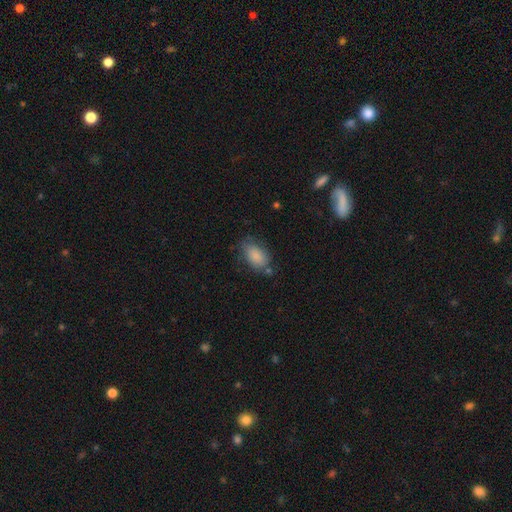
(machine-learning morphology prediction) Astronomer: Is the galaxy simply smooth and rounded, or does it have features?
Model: smooth — 86%.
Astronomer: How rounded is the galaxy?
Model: in between — 90%.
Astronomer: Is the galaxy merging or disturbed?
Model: none — 65%.